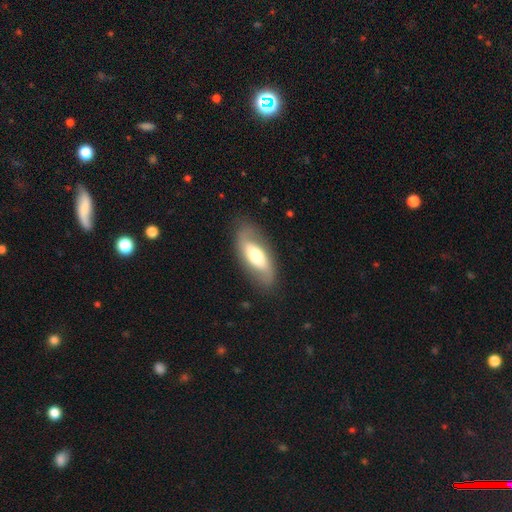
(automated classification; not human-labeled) A featured or disk galaxy (54%).

Vote fractions:
- Smooth or featured? featured or disk: 54% / smooth: 40% / star or artifact: 6%
- Edge-on disk? no: 84% / yes: 16%
- Merging? none: 79% / minor disturbance: 14% / major disturbance: 5% / merger: 1%